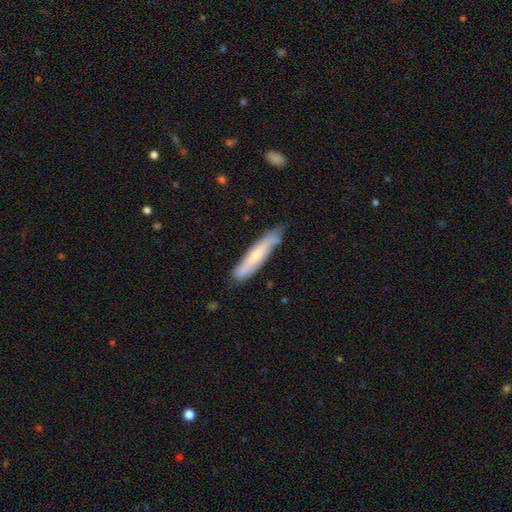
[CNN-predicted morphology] smooth 49%, featured or disk 45%, star or artifact 6%. Down the decision tree: merging — none (71%).